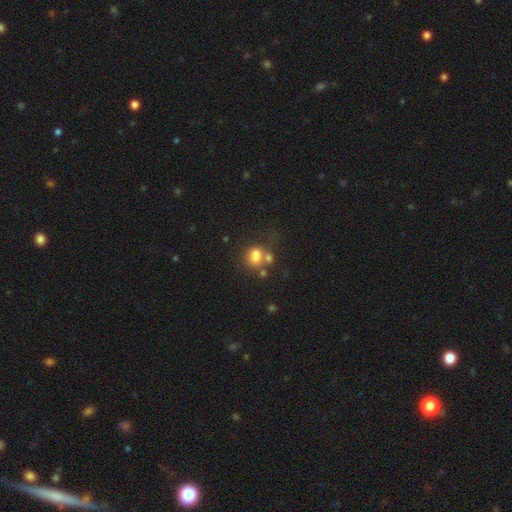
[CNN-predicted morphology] Overall: smooth (74%). How rounded: round (51%; in between 48%). Merging: none (40%; merger 36%).